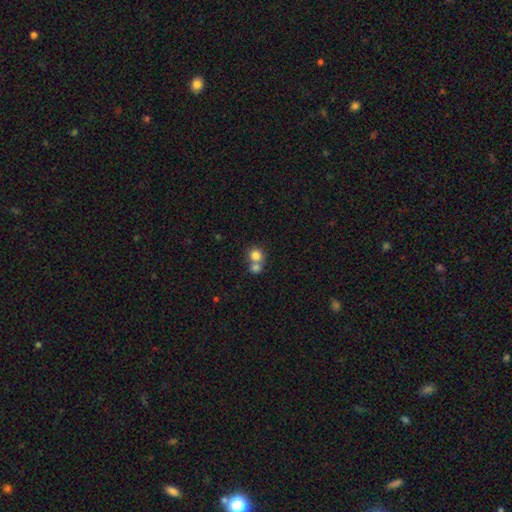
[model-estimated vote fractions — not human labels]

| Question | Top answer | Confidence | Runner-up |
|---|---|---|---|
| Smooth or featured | smooth | 80% | star or artifact (10%) |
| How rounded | round | 83% | in between (16%) |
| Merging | merger | 54% | none (38%) |